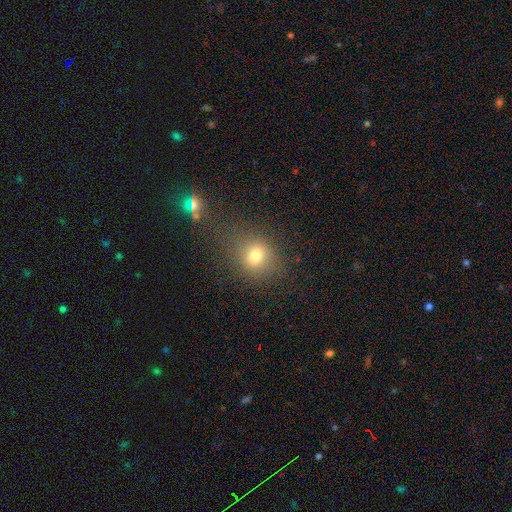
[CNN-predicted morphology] A smooth galaxy with no disk features (73%) that is round (72%). Merging: none (68%).